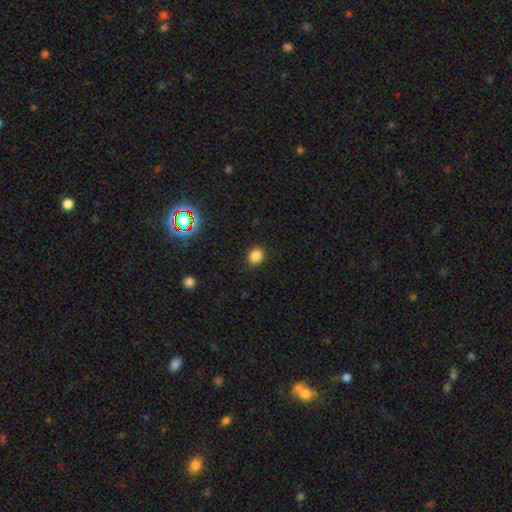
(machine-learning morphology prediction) Q: Smooth or featured?
A: smooth (83%); runner-up: star or artifact (13%)
Q: How rounded?
A: round (67%); runner-up: in between (32%)
Q: Merging?
A: none (89%); runner-up: minor disturbance (8%)